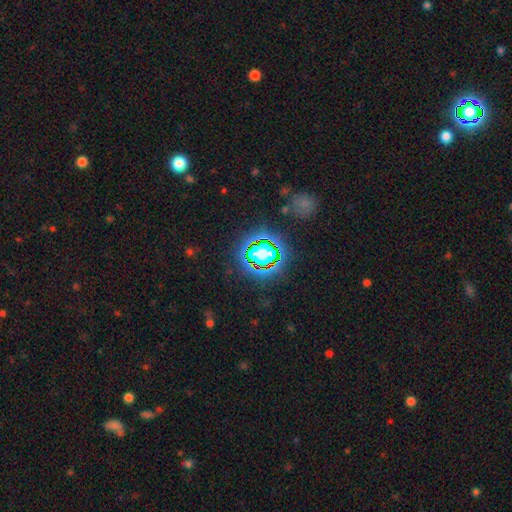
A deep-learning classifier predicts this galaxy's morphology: A star or artifact, not a galaxy (82%).

Vote fractions:
- Smooth or featured? star or artifact: 82% / smooth: 11% / featured or disk: 7%